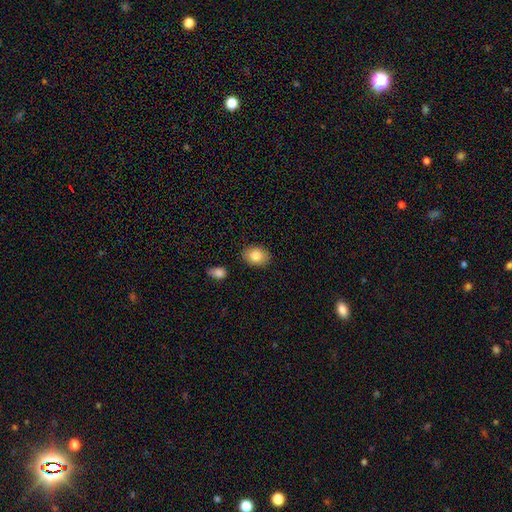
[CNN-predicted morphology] Smooth or featured? Predicted: smooth (p=0.84). How rounded? Predicted: in between (p=0.75). Merging? Predicted: none (p=0.86).